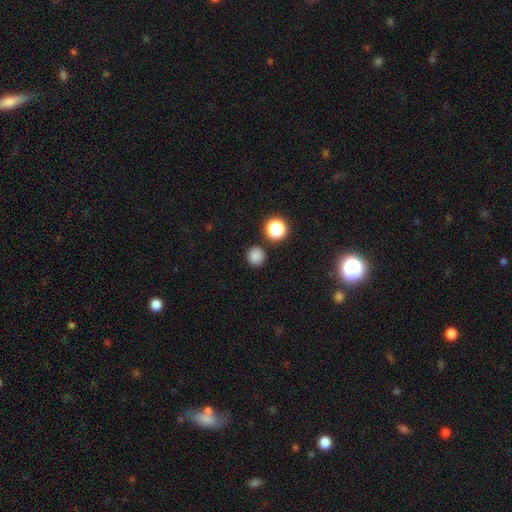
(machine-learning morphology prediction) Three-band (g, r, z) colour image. It shows a smooth galaxy with no disk features (83%) that is round (94%). Merging: none (88%).